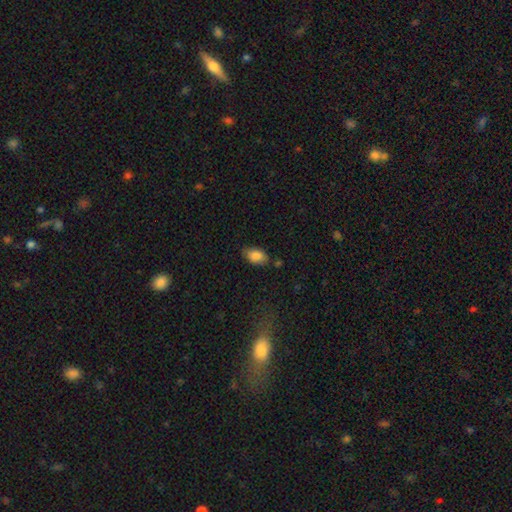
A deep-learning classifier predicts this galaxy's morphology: type=smooth (85%); roundness=in between (91%); merging=none (72%).